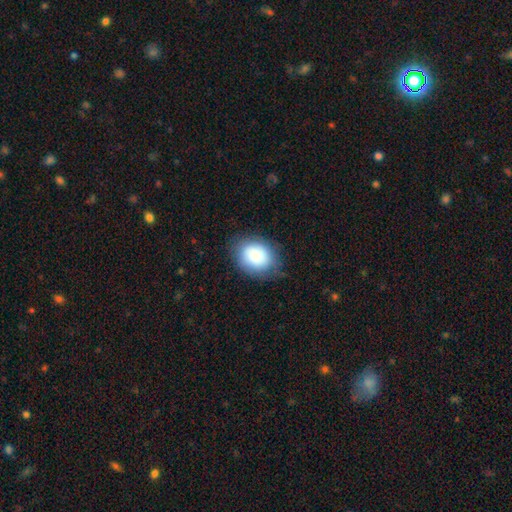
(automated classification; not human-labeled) smooth 82%, featured or disk 11%, star or artifact 8%. Down the decision tree: how rounded — in between (54%); merging — none (77%).